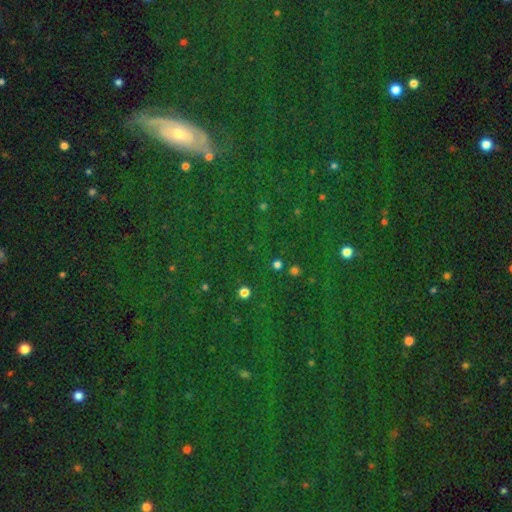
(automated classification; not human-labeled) star or artifact 65%, smooth 21%, featured or disk 14%.